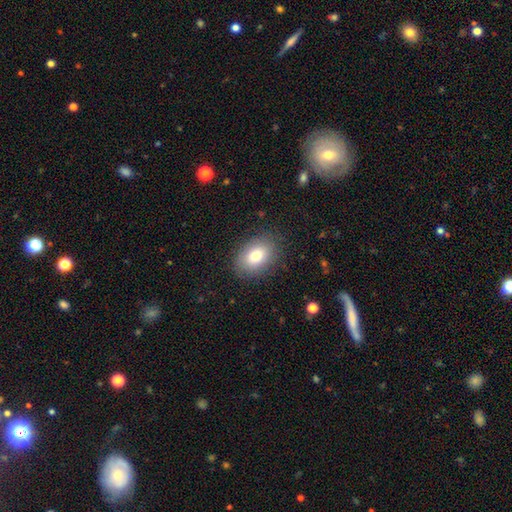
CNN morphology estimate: Smooth or featured: smooth — 78% (featured or disk — 13%)
How rounded: in between — 81% (round — 18%)
Merging: none — 85% (minor disturbance — 11%)